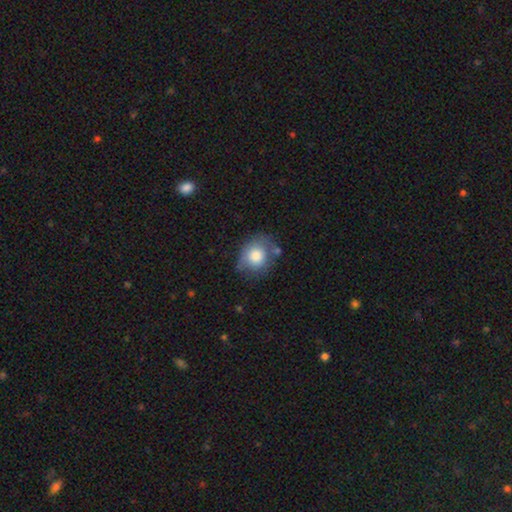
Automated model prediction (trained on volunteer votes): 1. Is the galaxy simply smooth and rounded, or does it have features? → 75% smooth, 17% featured or disk, 8% star or artifact.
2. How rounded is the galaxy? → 65% round, 34% in between, 1% cigar-shaped.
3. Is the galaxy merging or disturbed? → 55% none, 27% minor disturbance, 10% major disturbance, 8% merger.